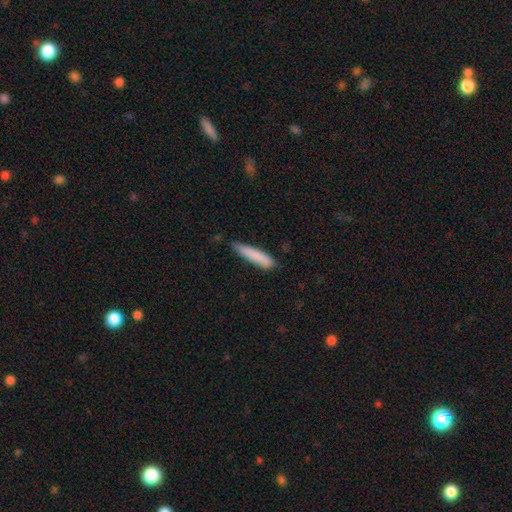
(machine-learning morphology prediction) The model was most divided on "merging": none: 71%, minor disturbance: 23%, major disturbance: 4%, merger: 2%. More confident: how rounded — cigar-shaped (87%); smooth or featured — smooth (84%).